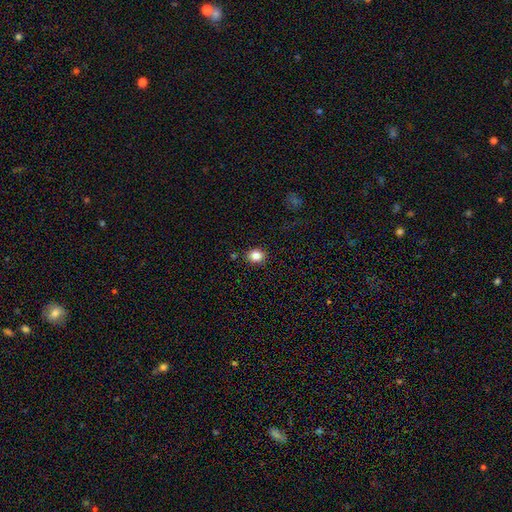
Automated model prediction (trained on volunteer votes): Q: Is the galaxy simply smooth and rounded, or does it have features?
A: smooth — 83%.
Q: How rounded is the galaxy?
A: round — 66%.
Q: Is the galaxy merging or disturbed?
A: none — 87%.